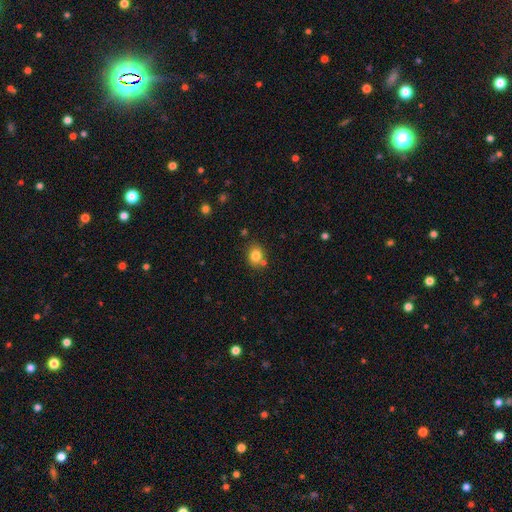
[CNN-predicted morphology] smooth 81%, star or artifact 11%, featured or disk 7%. Down the decision tree: how rounded — round (64%); merging — none (71%).